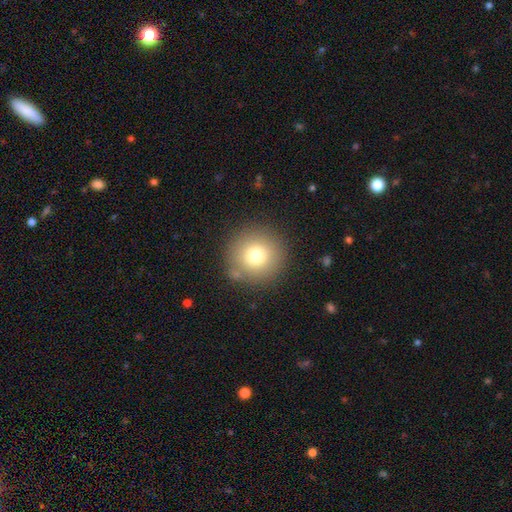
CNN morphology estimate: Smooth or featured? Predicted: smooth (p=0.77). How rounded? Predicted: round (p=0.95). Merging? Predicted: none (p=0.86).